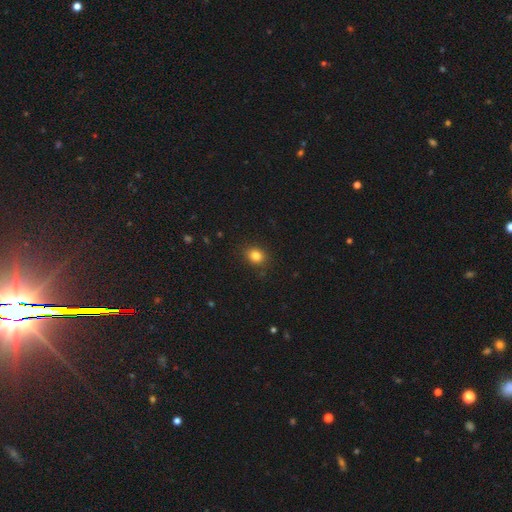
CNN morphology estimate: This is clearly a smooth galaxy (83%). How rounded: likely round (60%). Merging: clearly none (87%).